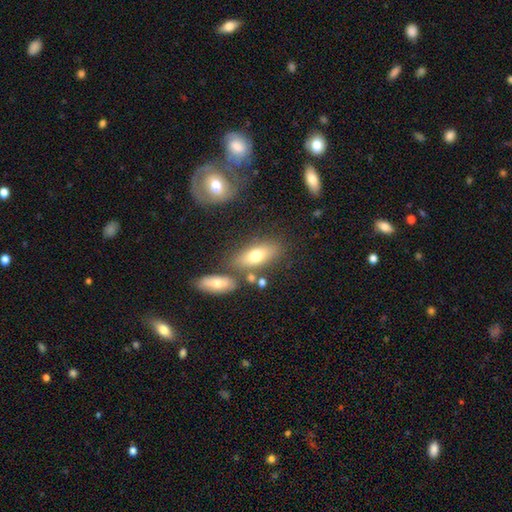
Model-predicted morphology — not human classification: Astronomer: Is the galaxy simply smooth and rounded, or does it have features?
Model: smooth — 71%.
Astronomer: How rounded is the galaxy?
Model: in between — 80%.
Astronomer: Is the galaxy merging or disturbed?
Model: none — 68%.